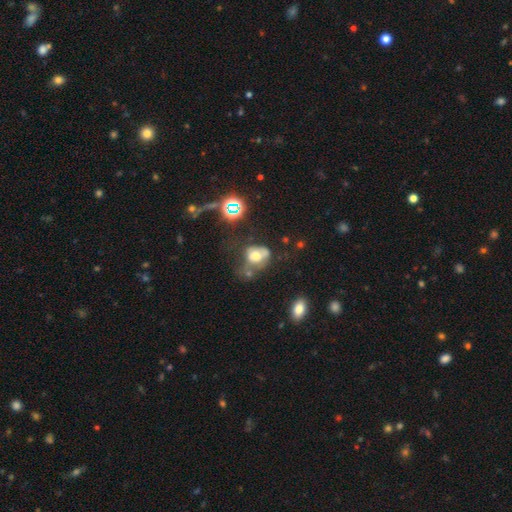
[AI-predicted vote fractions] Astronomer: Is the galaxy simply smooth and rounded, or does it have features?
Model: smooth — 56%.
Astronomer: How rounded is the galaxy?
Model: in between — 58% (runner-up: round, 40%).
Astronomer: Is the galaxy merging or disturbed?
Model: major disturbance — 34% (runner-up: merger, 22%).